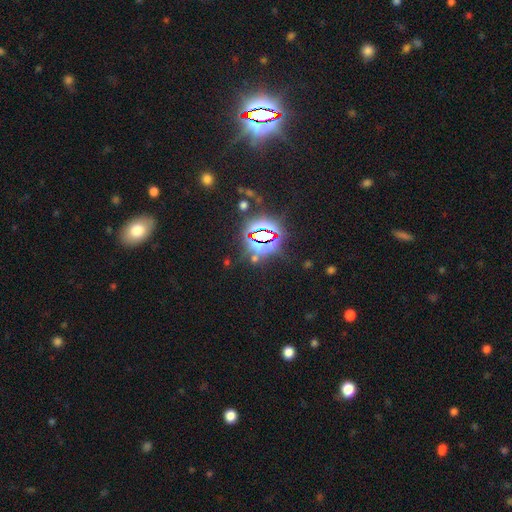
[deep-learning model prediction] Morphology: type=star or artifact (80%).